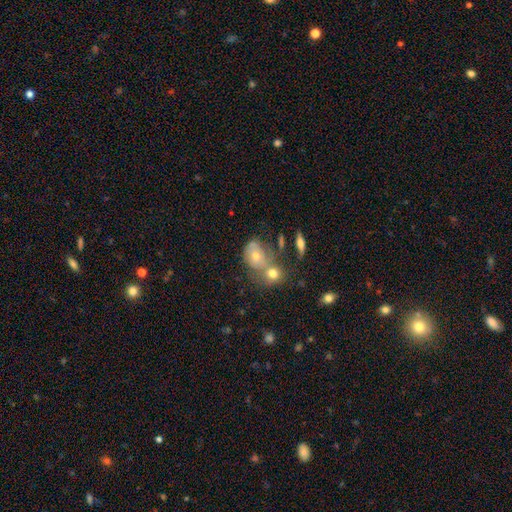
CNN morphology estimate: Smooth or featured?
  - smooth: 60% *
  - featured or disk: 29%
  - star or artifact: 11%
How rounded?
  - in between: 57% *
  - round: 41%
  - cigar-shaped: 2%
Merging?
  - merger: 47% *
  - none: 31%
  - minor disturbance: 14%
  - major disturbance: 8%